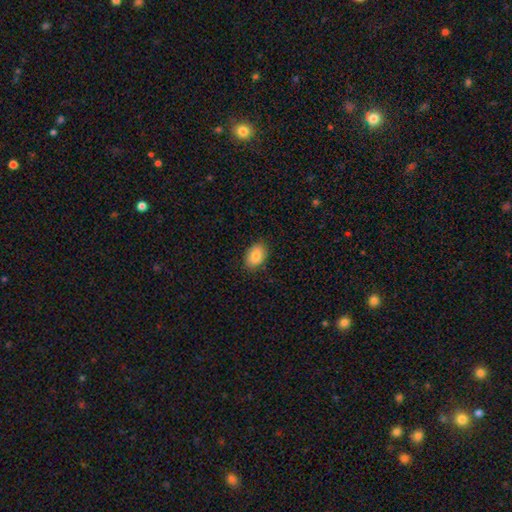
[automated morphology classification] A smooth galaxy with no disk features (86%) that is in between round and cigar-shaped (84%).

Vote fractions:
- Smooth or featured? smooth: 86% / star or artifact: 7% / featured or disk: 7%
- How rounded? in between: 84% / round: 15% / cigar-shaped: 1%
- Merging? none: 87% / minor disturbance: 10% / major disturbance: 2% / merger: 1%